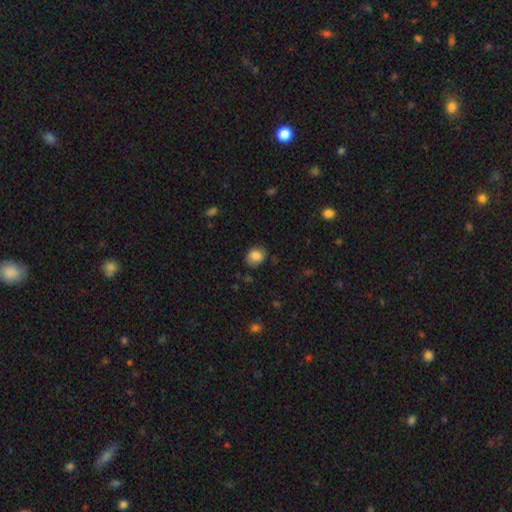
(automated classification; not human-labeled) Smooth or featured: smooth — 82% (star or artifact — 9%)
How rounded: round — 60% (in between — 39%)
Merging: none — 74% (minor disturbance — 19%)